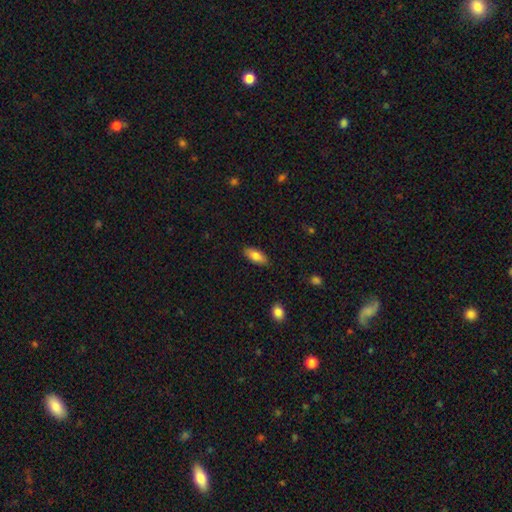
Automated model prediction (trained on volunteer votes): Overall: smooth (79%). How rounded: in between (84%). Merging: none (87%).